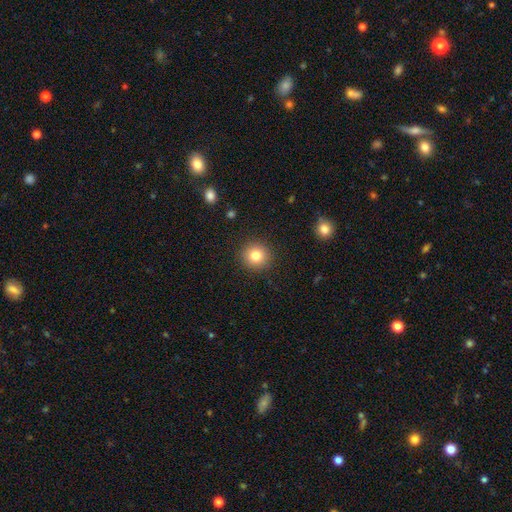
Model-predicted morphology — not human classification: Q: Smooth or featured?
A: smooth (81%); runner-up: star or artifact (11%)
Q: How rounded?
A: round (93%); runner-up: in between (6%)
Q: Merging?
A: none (91%); runner-up: minor disturbance (6%)